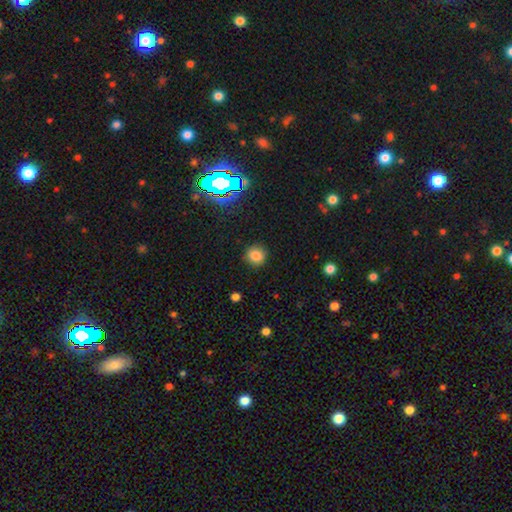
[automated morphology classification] The model was most divided on "smooth or featured": smooth: 80%, star or artifact: 15%, featured or disk: 5%. More confident: merging — none (89%); how rounded — round (87%).